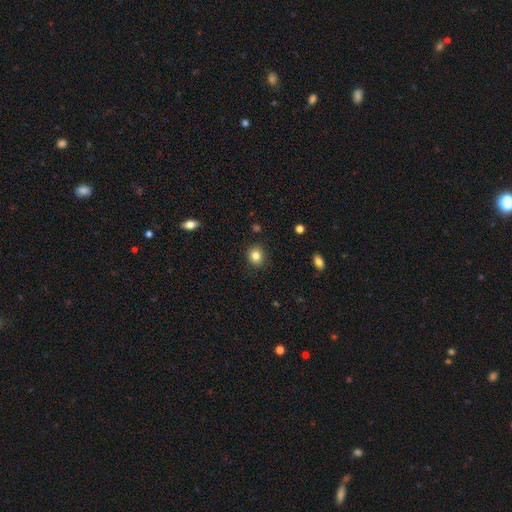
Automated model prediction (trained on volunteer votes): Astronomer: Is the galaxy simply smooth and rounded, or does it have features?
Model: smooth — 83%.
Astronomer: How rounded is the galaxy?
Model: round — 81%.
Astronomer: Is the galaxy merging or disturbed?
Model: none — 90%.